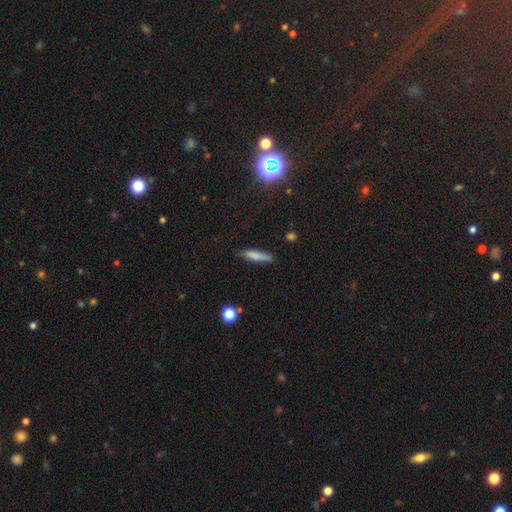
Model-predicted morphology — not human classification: A smooth galaxy with no disk features (79%) that is cigar-shaped (76%). Merging: none (81%).